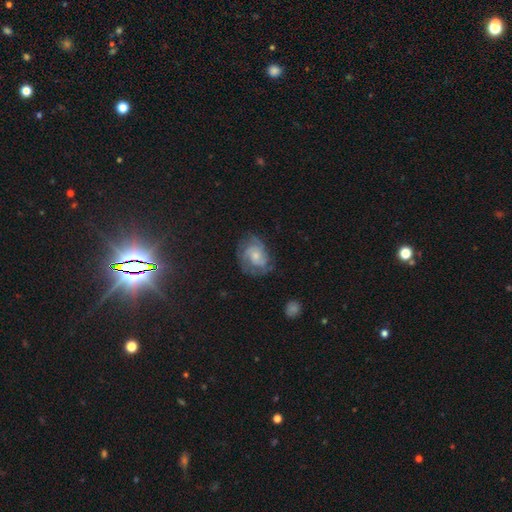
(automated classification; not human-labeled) The model was most divided on "spiral arm count": can't tell: 31%, 2: 28%, 3: 24%, 4: 8%, 1: 5%, more than 4: 5%. Remaining: edge-on disk — no (97%); spiral arms — yes (91%); bar — no (70%); smooth or featured — featured or disk (70%); merging — none (65%); bulge size — small (49%); spiral winding — tight (47%).